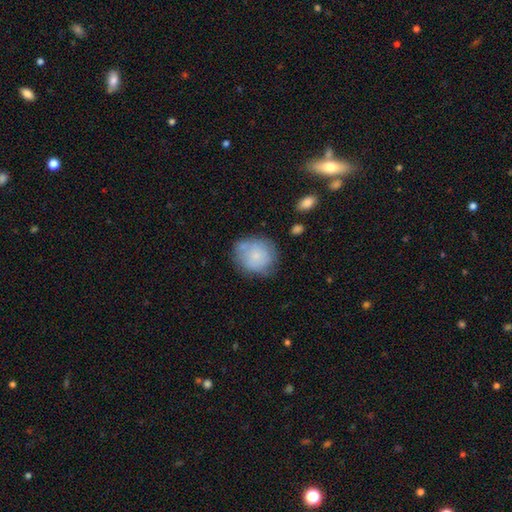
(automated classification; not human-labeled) smooth_or_featured: smooth (p=0.69) [alt: featured or disk p=0.23]
how_rounded: round (p=0.80) [alt: in between p=0.19]
merging: none (p=0.60) [alt: minor disturbance p=0.24]